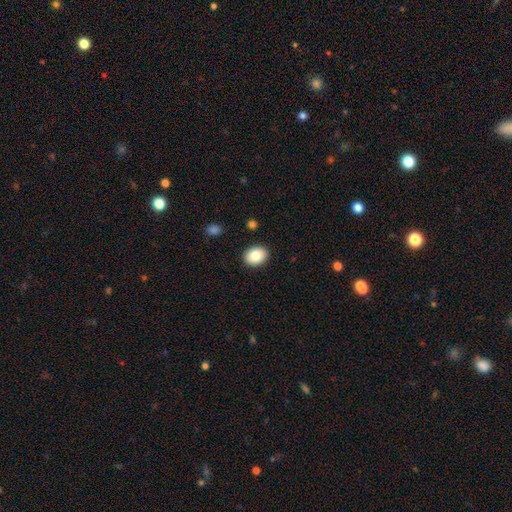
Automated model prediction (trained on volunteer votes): Overall: smooth (84%). How rounded: in between (59%; round 40%). Merging: none (90%).